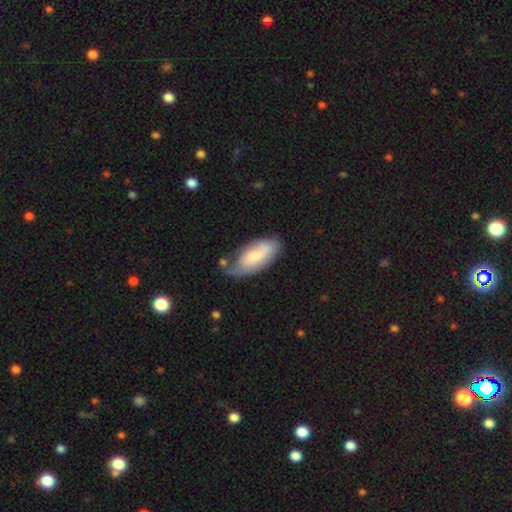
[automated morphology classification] This appears to be a smooth galaxy with no disk features (60%) that is in between round and cigar-shaped (88%). Merging: none (49%).